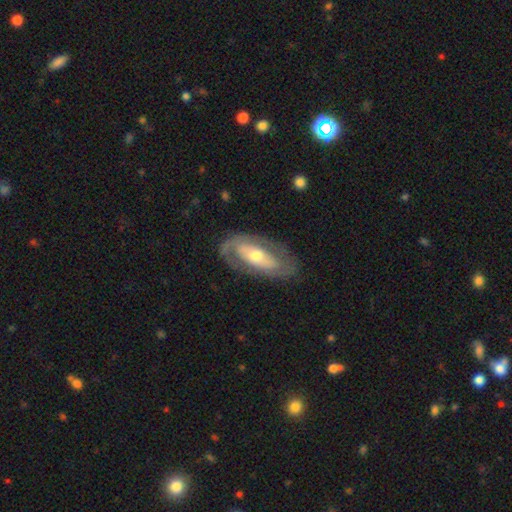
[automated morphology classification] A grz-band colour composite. It shows a featured or disk galaxy (75%) with no bar (50%), 2 (67%) tight (48%) spiral arms (74%) and a moderate central bulge (59%). Merging: none (76%).